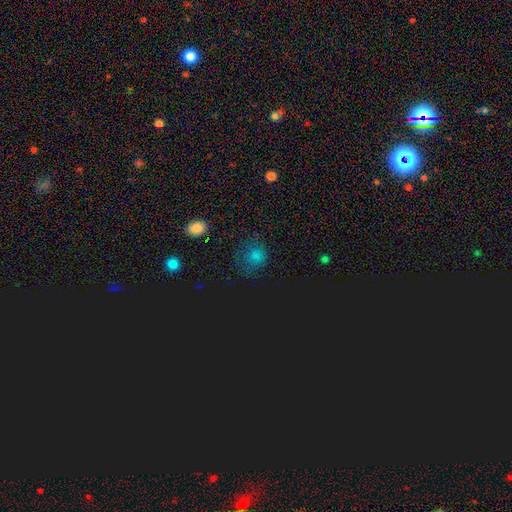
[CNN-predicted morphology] type=smooth (65%); roundness=round (80%); merging=none (73%).